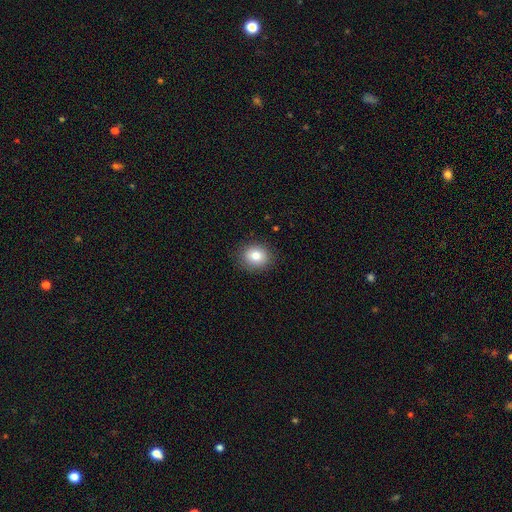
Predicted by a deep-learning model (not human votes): Smooth or featured: smooth — 82% (star or artifact — 10%)
How rounded: round — 65% (in between — 34%)
Merging: none — 88% (minor disturbance — 9%)